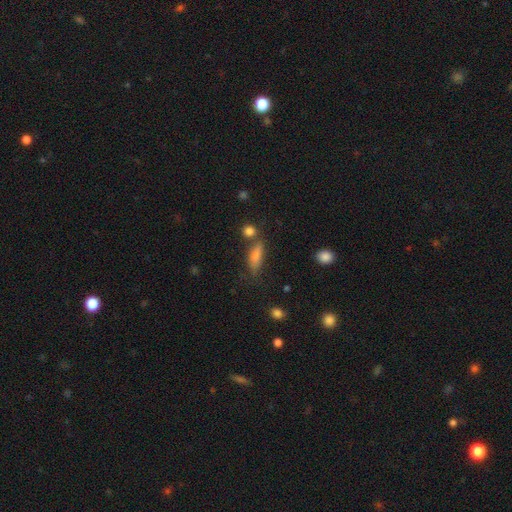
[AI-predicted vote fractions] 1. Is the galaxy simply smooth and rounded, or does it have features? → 79% smooth, 12% featured or disk, 9% star or artifact.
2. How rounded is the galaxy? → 56% in between, 40% cigar-shaped, 4% round.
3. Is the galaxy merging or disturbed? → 56% none, 22% minor disturbance, 13% merger, 9% major disturbance.